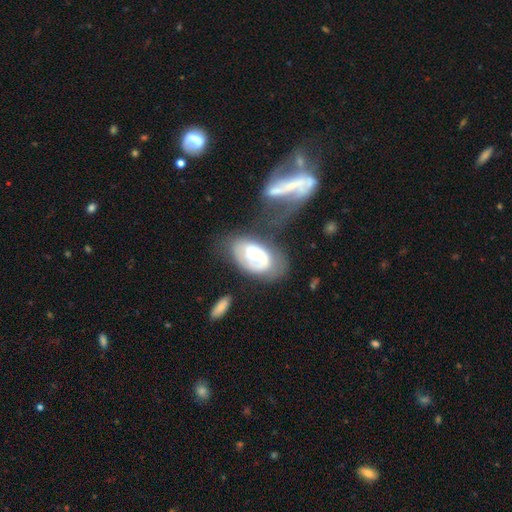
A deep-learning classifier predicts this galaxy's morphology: Smooth or featured? Predicted: featured or disk (p=0.67). Edge-on disk? Predicted: no (p=0.95). Bar? Predicted: no (p=0.58). Spiral arms? Predicted: yes (p=0.73). Bulge size? Predicted: moderate (p=0.42). Merging? Predicted: none (p=0.41).